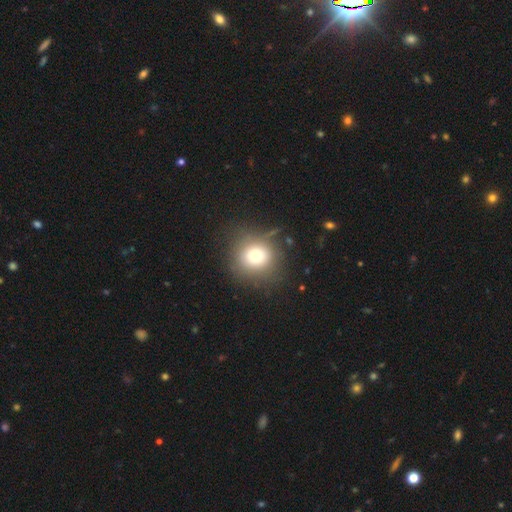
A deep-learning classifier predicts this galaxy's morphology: The model was most divided on "smooth or featured": smooth: 73%, star or artifact: 14%, featured or disk: 13%. More confident: how rounded — round (88%); merging — none (80%).